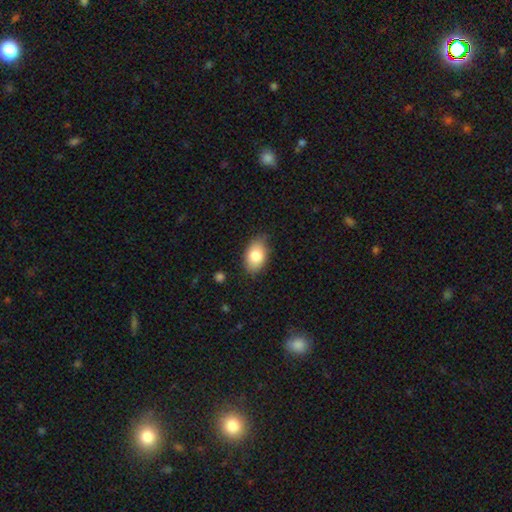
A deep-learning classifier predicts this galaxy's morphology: The model was most divided on "merging": none: 79%, minor disturbance: 17%, major disturbance: 3%, merger: 1%. More confident: how rounded — in between (89%); smooth or featured — smooth (82%).